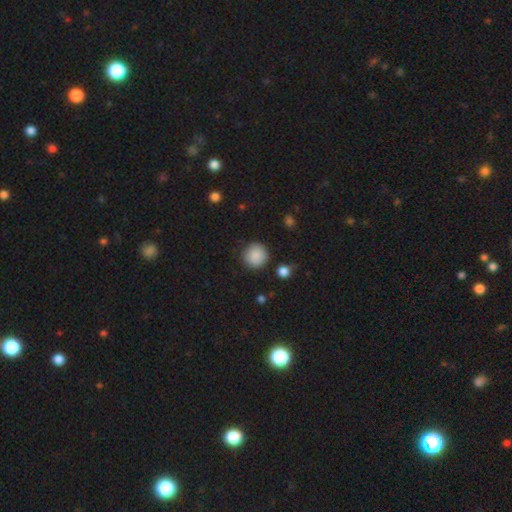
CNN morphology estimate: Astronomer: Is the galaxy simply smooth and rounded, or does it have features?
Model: smooth — 88%.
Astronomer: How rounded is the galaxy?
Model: round — 94%.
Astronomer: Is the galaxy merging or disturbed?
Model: none — 87%.